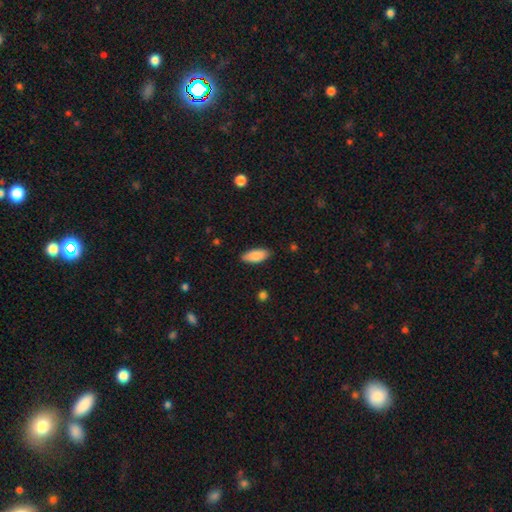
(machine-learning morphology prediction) Smooth or featured? Predicted: smooth (p=0.88). How rounded? Predicted: in between (p=0.85). Merging? Predicted: none (p=0.86).